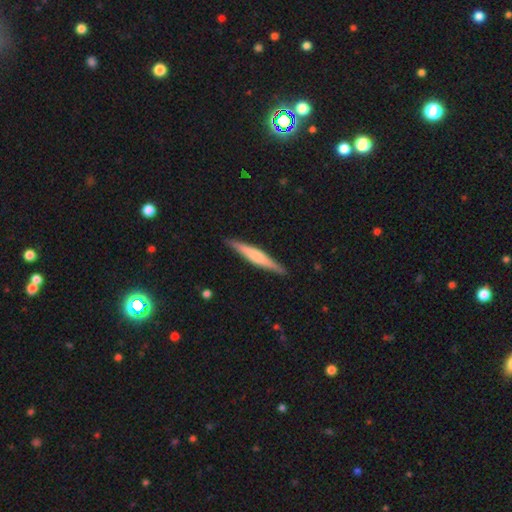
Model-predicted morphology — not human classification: A featured or disk galaxy (55%) viewed edge-on (97%) with a rounded central bulge (54%).

Vote fractions:
- Smooth or featured? featured or disk: 55% / smooth: 40% / star or artifact: 5%
- Edge-on disk? yes: 97% / no: 3%
- Edge-on bulge? rounded: 54% / boxy: 26% / none: 20%
- Merging? none: 89% / minor disturbance: 8% / major disturbance: 1% / merger: 1%